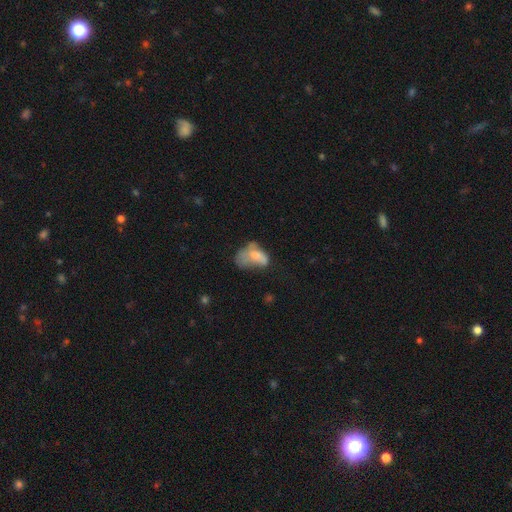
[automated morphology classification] Overall: smooth (62%; featured or disk 28%). How rounded: in between (87%). Merging: major disturbance (45%; minor disturbance 22%).